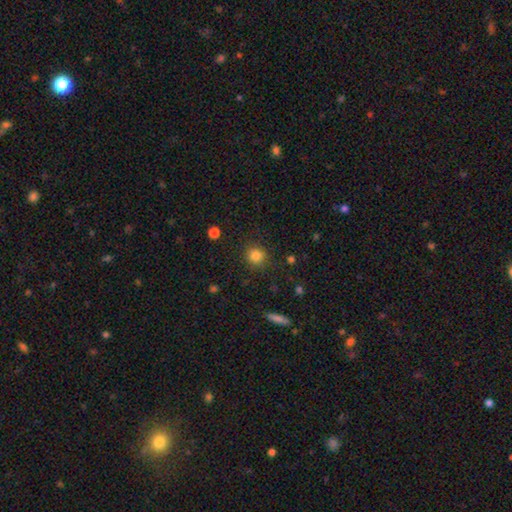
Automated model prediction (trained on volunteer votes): A smooth galaxy with no disk features (83%) that is round (88%). Merging: none (86%).